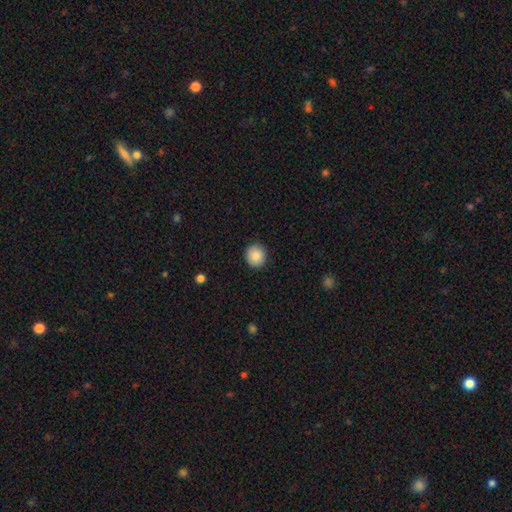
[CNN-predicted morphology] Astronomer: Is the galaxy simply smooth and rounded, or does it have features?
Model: smooth — 87%.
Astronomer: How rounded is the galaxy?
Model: round — 87%.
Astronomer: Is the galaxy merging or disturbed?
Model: none — 91%.